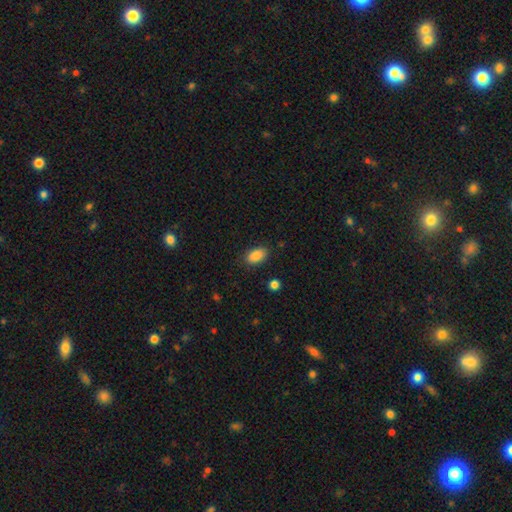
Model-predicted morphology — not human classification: smooth_or_featured: smooth (p=0.86) [alt: star or artifact p=0.08]
how_rounded: in between (p=0.92) [alt: round p=0.06]
merging: none (p=0.85) [alt: minor disturbance p=0.11]